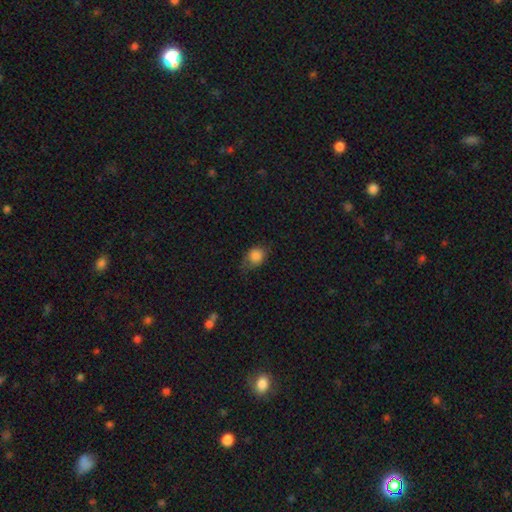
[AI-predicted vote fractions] Smooth or featured?
  - smooth: 83% *
  - star or artifact: 10%
  - featured or disk: 8%
How rounded?
  - round: 57% *
  - in between: 42%
  - cigar-shaped: 1%
Merging?
  - none: 57% *
  - minor disturbance: 32%
  - major disturbance: 10%
  - merger: 1%